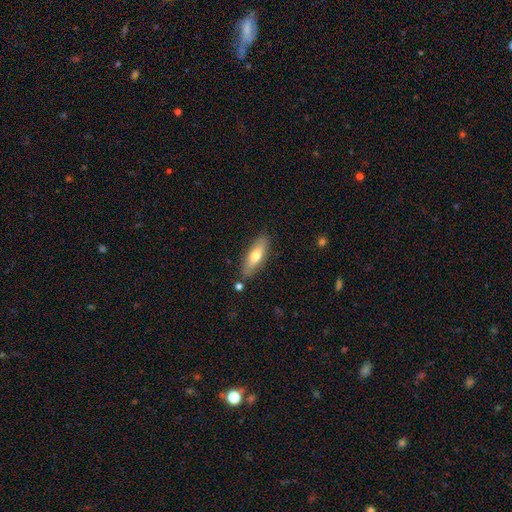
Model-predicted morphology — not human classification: Smooth or featured?
  - smooth: 65% *
  - featured or disk: 29%
  - star or artifact: 6%
How rounded?
  - in between: 53% *
  - cigar-shaped: 45%
  - round: 2%
Merging?
  - none: 81% *
  - minor disturbance: 12%
  - merger: 4%
  - major disturbance: 3%